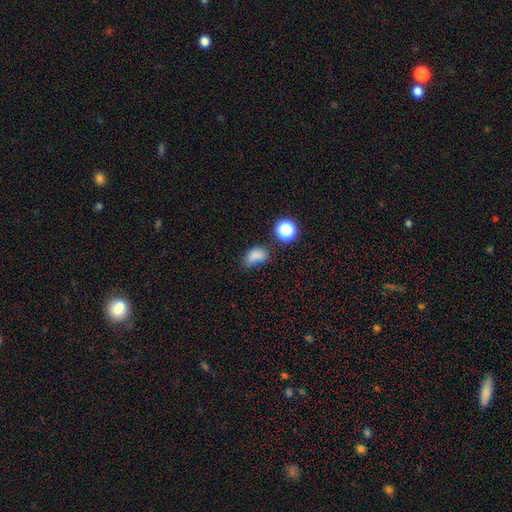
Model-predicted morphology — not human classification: Smooth or featured?
  - smooth: 78% *
  - star or artifact: 16%
  - featured or disk: 6%
How rounded?
  - in between: 79% *
  - round: 20%
  - cigar-shaped: 2%
Merging?
  - none: 52% *
  - minor disturbance: 31%
  - major disturbance: 10%
  - merger: 8%